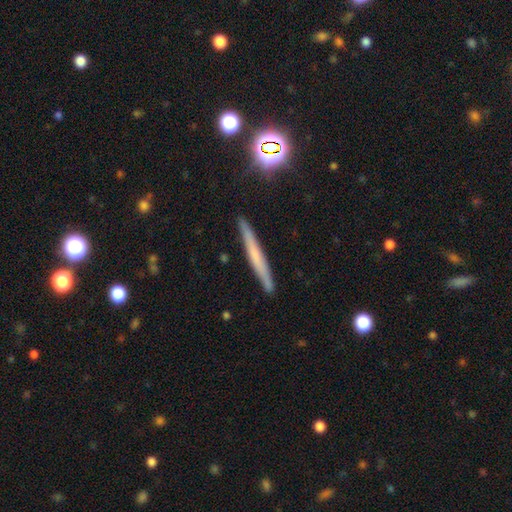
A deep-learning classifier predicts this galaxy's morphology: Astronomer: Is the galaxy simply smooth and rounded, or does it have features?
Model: smooth — 48% (runner-up: featured or disk, 42%).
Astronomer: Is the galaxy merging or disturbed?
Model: none — 89%.